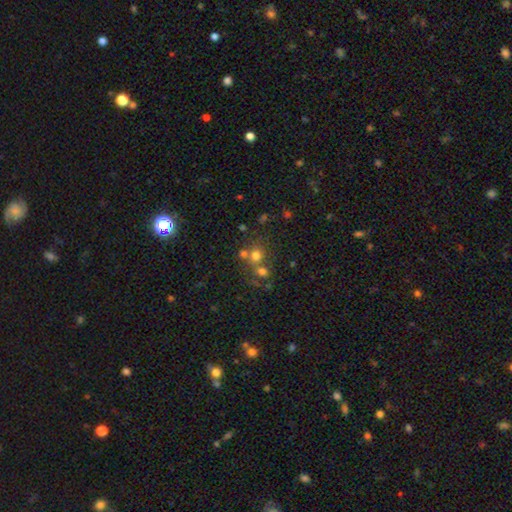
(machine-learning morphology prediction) The model was most divided on "merging": none: 48%, merger: 40%, minor disturbance: 8%, major disturbance: 4%. More confident: how rounded — round (82%); smooth or featured — smooth (67%).